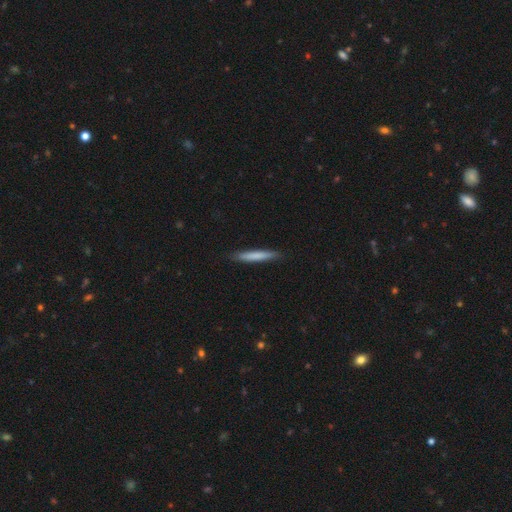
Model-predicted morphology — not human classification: This appears to be a smooth galaxy with no disk features (76%) that is cigar-shaped (95%). Merging: none (89%).